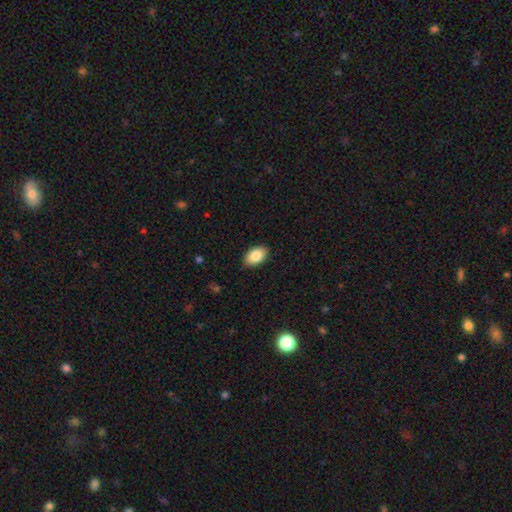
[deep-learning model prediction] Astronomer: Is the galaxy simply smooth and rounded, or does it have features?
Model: smooth — 87%.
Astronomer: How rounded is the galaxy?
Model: in between — 90%.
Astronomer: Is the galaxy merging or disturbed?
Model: none — 86%.